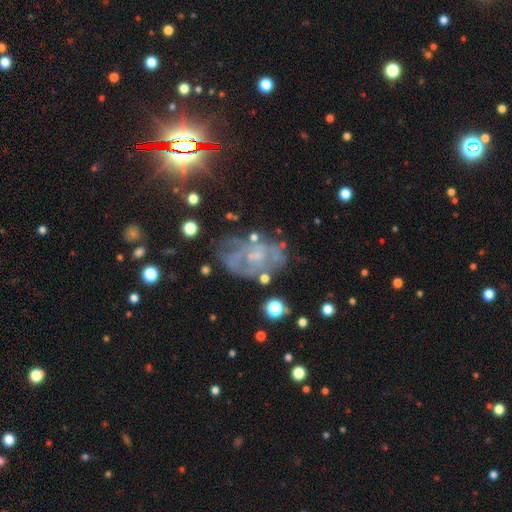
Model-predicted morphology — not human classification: This is likely a featured or disk galaxy (69%). It is clearly not viewed edge-on (96%). Bar: likely no (67%). Spiral arm pattern: likely yes (61%). Central bulge: possibly small (50%). Merging: possibly none (58%).